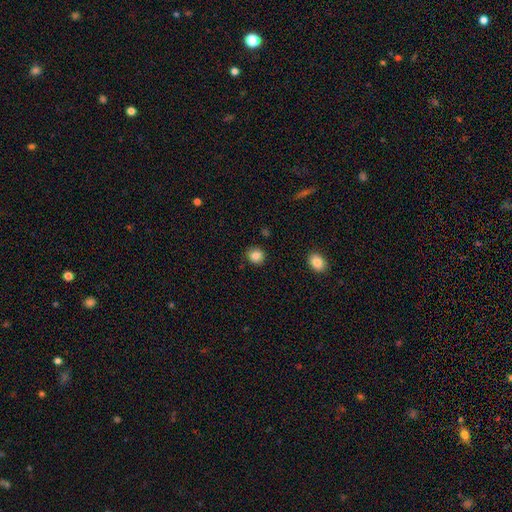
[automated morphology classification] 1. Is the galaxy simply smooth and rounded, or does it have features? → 85% smooth, 10% star or artifact, 5% featured or disk.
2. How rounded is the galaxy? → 85% round, 14% in between, 1% cigar-shaped.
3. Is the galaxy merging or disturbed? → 88% none, 8% minor disturbance, 2% major disturbance, 2% merger.